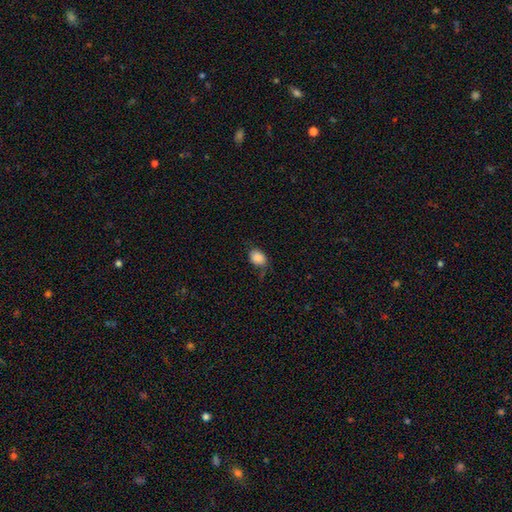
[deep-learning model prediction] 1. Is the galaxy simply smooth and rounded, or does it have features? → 87% smooth, 8% star or artifact, 5% featured or disk.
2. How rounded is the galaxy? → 73% in between, 26% round, 1% cigar-shaped.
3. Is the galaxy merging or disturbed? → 65% none, 25% minor disturbance, 7% major disturbance, 2% merger.